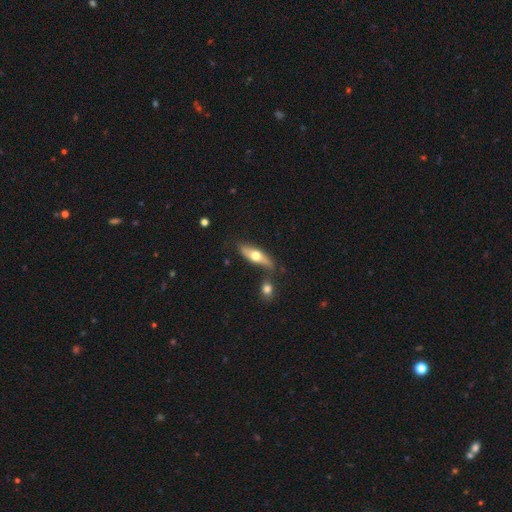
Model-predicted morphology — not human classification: A featured or disk galaxy (47%, tied with smooth).

Vote fractions:
- Smooth or featured? featured or disk: 47% (tied) / smooth: 47% (tied) / star or artifact: 5%
- Merging? none: 70% / minor disturbance: 16% / merger: 10% / major disturbance: 4%